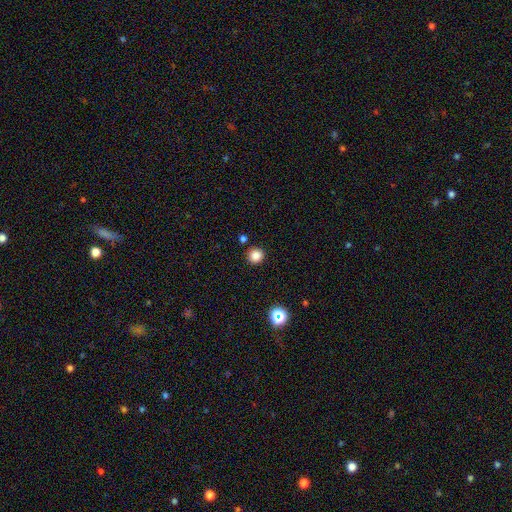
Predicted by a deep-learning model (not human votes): A smooth galaxy with no disk features (84%) that is round (95%). Merging: none (90%).